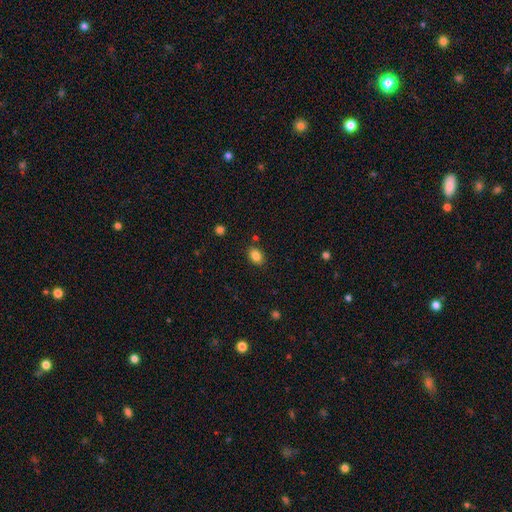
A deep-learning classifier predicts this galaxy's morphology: Smooth or featured? smooth (85%)
How rounded? in between (76%)
Merging? none (84%)